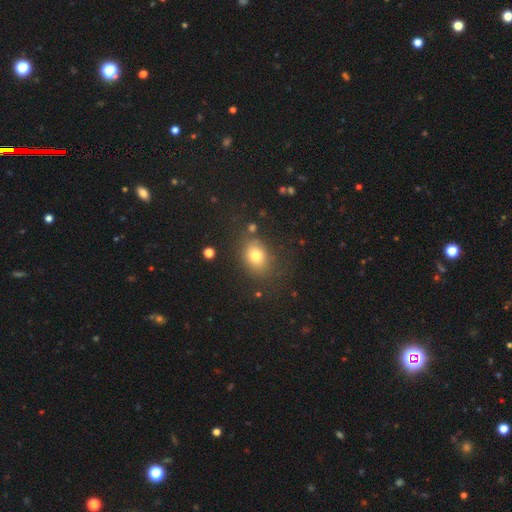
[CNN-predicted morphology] Q: Smooth or featured?
A: smooth (75%); runner-up: star or artifact (13%)
Q: How rounded?
A: in between (58%); runner-up: round (41%)
Q: Merging?
A: none (75%); runner-up: minor disturbance (15%)